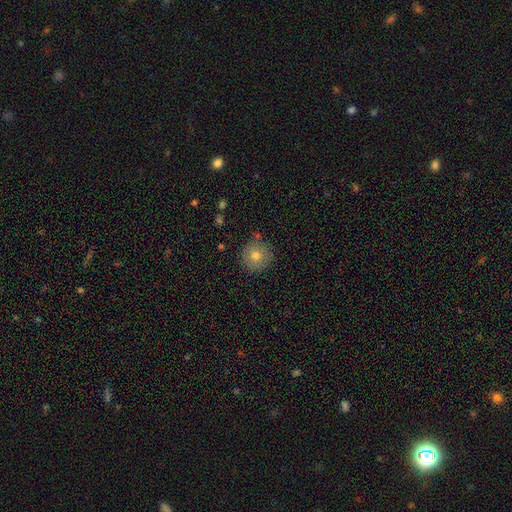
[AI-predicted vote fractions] Morphology: type=smooth (76%); roundness=round (95%); merging=none (87%).